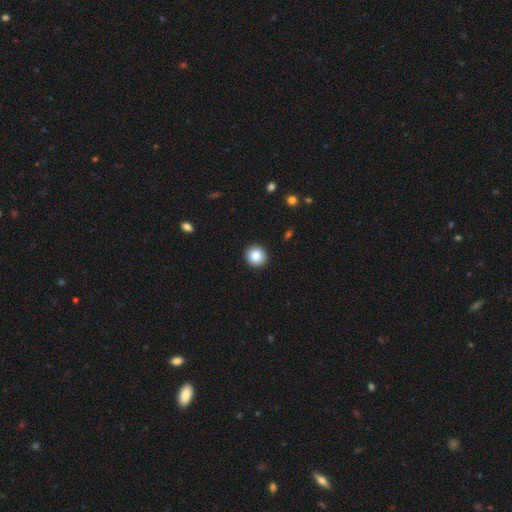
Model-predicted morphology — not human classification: The model was most divided on "smooth or featured": smooth: 86%, star or artifact: 9%, featured or disk: 6%. More confident: merging — none (93%); how rounded — round (92%).